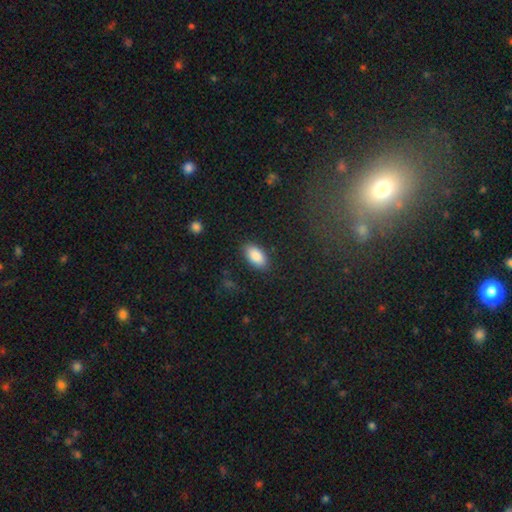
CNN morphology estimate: A smooth galaxy with no disk features (88%) that is in between round and cigar-shaped (93%).

Vote fractions:
- Smooth or featured? smooth: 88% / star or artifact: 7% / featured or disk: 5%
- How rounded? in between: 93% / cigar-shaped: 4% / round: 3%
- Merging? none: 86% / minor disturbance: 10% / major disturbance: 3% / merger: 1%